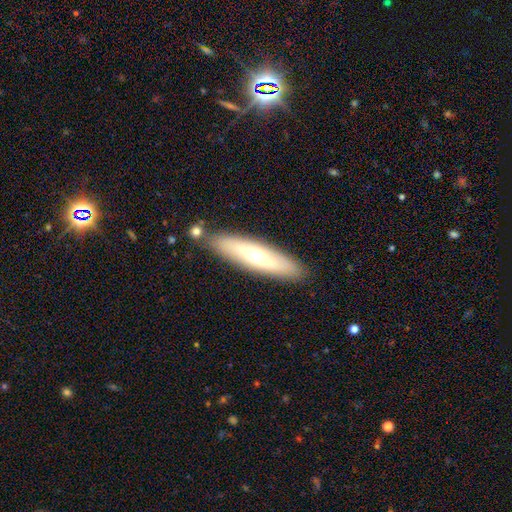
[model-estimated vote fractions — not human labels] The model was most divided on "smooth or featured": smooth: 52%, featured or disk: 42%, star or artifact: 6%. More confident: merging — none (83%); how rounded — cigar-shaped (73%).